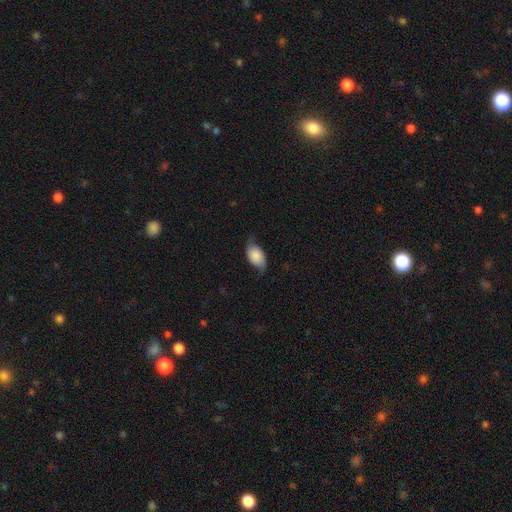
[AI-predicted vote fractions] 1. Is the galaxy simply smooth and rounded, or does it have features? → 61% smooth, 31% featured or disk, 8% star or artifact.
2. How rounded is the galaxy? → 90% in between, 8% round, 2% cigar-shaped.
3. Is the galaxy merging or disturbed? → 59% none, 29% minor disturbance, 11% major disturbance, 1% merger.